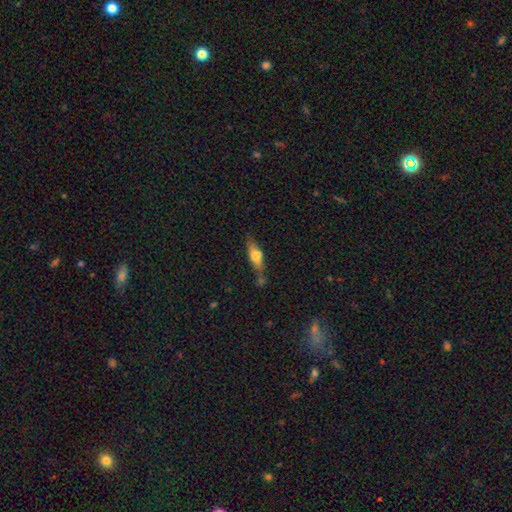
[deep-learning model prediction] smooth-or-featured: smooth: 58% | featured or disk: 34% | star or artifact: 8%
  how-rounded: cigar-shaped: 52% | in between: 44% | round: 3%
  merging: none: 59% | minor disturbance: 21% | merger: 14% | major disturbance: 7%